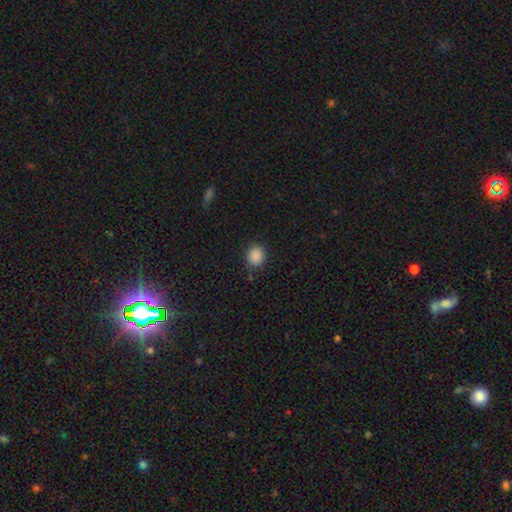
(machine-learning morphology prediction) Smooth or featured?
  - smooth: 88% *
  - star or artifact: 9%
  - featured or disk: 3%
How rounded?
  - round: 73% *
  - in between: 26%
  - cigar-shaped: 1%
Merging?
  - none: 86% *
  - minor disturbance: 9%
  - major disturbance: 3%
  - merger: 2%